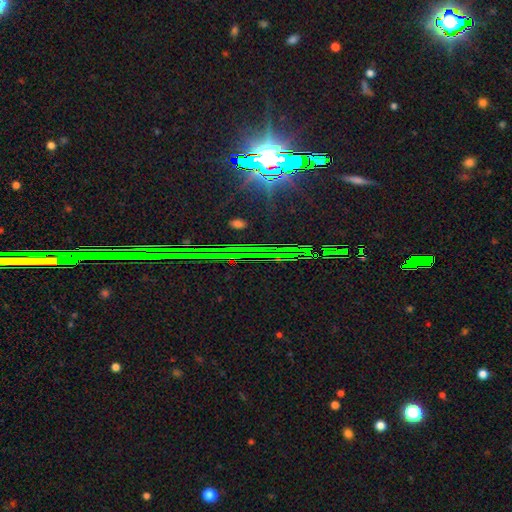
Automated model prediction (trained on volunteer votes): smooth-or-featured: star or artifact: 86% | featured or disk: 8% | smooth: 6%